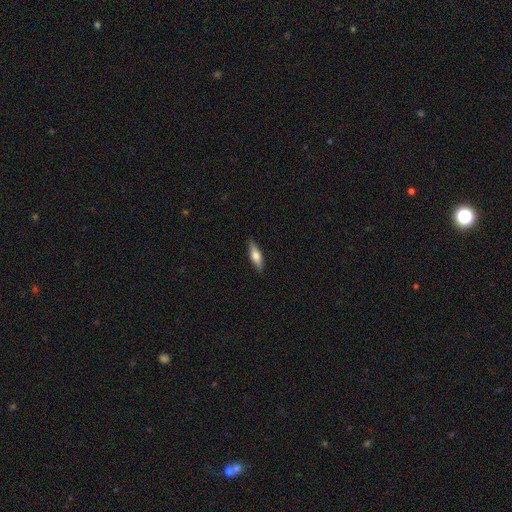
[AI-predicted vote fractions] A smooth galaxy with no disk features (56%) that is cigar-shaped (58%). Merging: none (87%).